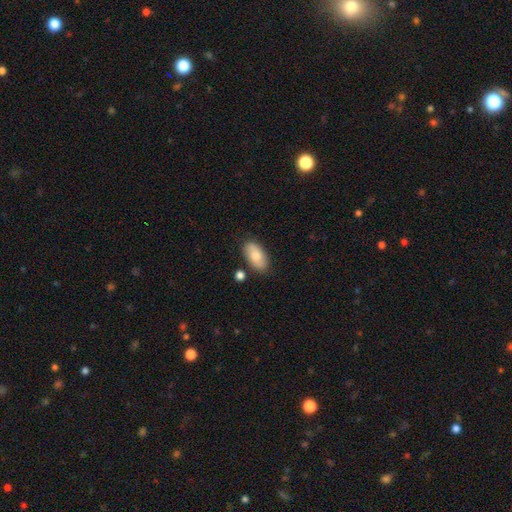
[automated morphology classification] Smooth or featured? smooth (71%)
How rounded? in between (94%)
Merging? none (80%)